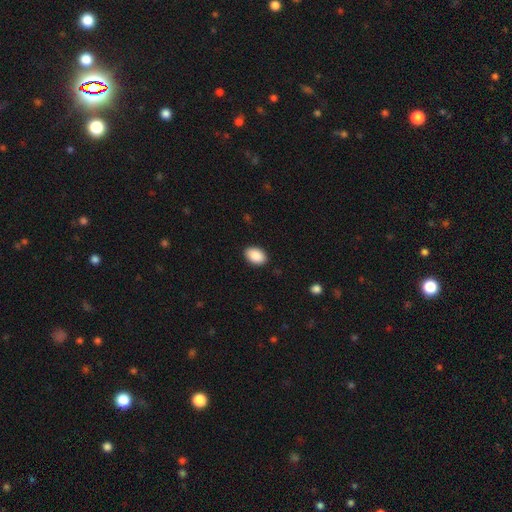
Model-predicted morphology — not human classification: Smooth or featured?
  - smooth: 90% *
  - star or artifact: 7%
  - featured or disk: 3%
How rounded?
  - in between: 88% *
  - round: 11%
  - cigar-shaped: 1%
Merging?
  - none: 89% *
  - minor disturbance: 8%
  - major disturbance: 2%
  - merger: 1%